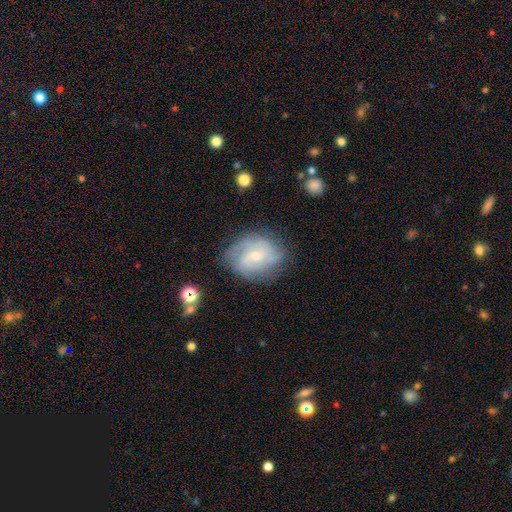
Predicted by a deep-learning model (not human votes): Overall: featured or disk (74%). Edge-on disk: no (97%). Bar: weak (49%; no 42%). Spiral arms: yes (92%). Spiral arm count: 2 (33%; can't tell 28%). Spiral winding: medium (44%; tight 39%). Bulge size: small (56%; moderate 35%). Merging: none (68%).